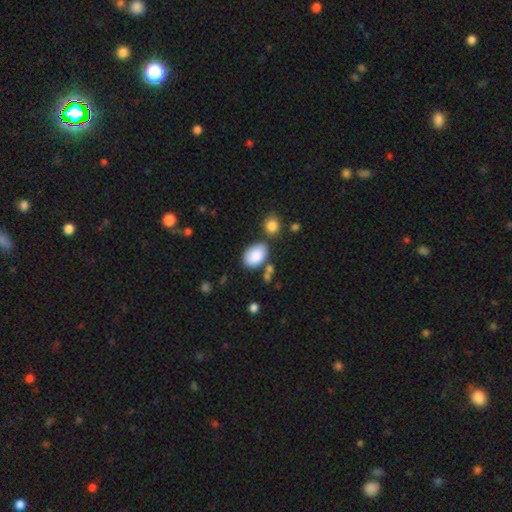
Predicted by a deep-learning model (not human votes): Smooth or featured? Predicted: smooth (p=0.88). How rounded? Predicted: in between (p=0.86). Merging? Predicted: none (p=0.68).